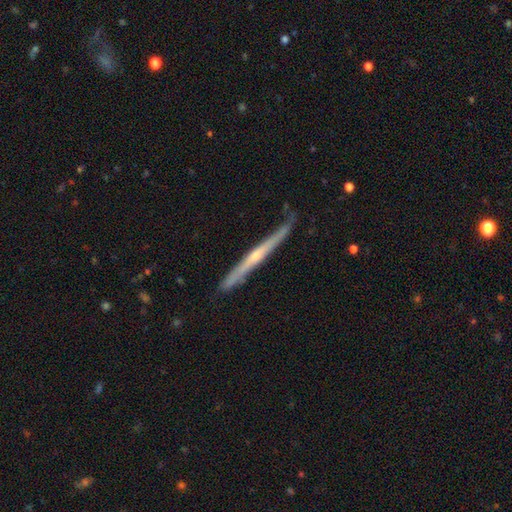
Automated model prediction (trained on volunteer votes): smooth-or-featured: featured or disk: 70% | smooth: 24% | star or artifact: 5%
  disk-edge-on: yes: 95% | no: 5%
    edge-on-bulge: rounded: 59% | none: 38% | boxy: 3%
  merging: none: 74% | minor disturbance: 20% | major disturbance: 3% | merger: 2%